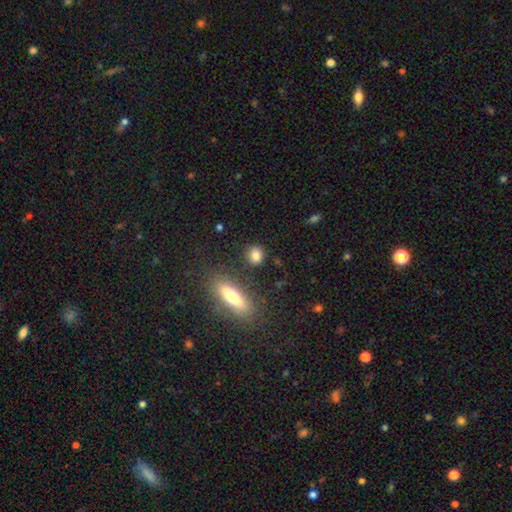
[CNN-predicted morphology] Q: Smooth or featured?
A: smooth (82%); runner-up: star or artifact (10%)
Q: How rounded?
A: round (66%); runner-up: in between (29%)
Q: Merging?
A: none (84%); runner-up: minor disturbance (9%)